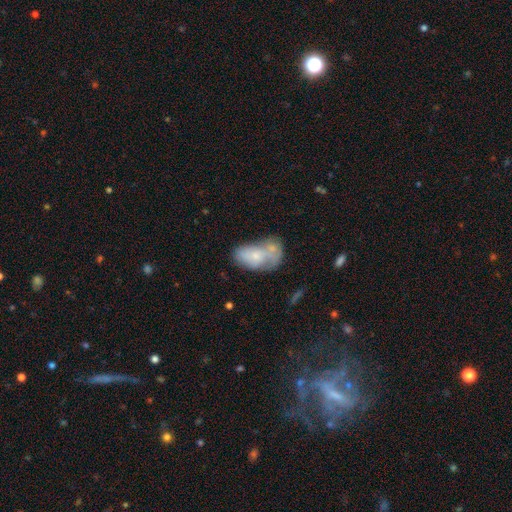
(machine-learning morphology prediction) smooth 61%, featured or disk 32%, star or artifact 7%. Down the decision tree: how rounded — in between (91%); merging — merger (47%).